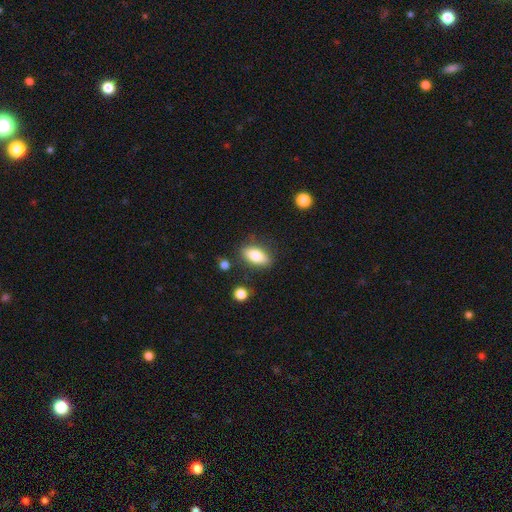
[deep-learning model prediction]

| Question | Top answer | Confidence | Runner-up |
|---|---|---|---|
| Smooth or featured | smooth | 80% | featured or disk (12%) |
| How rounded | in between | 87% | cigar-shaped (9%) |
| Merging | none | 82% | minor disturbance (12%) |